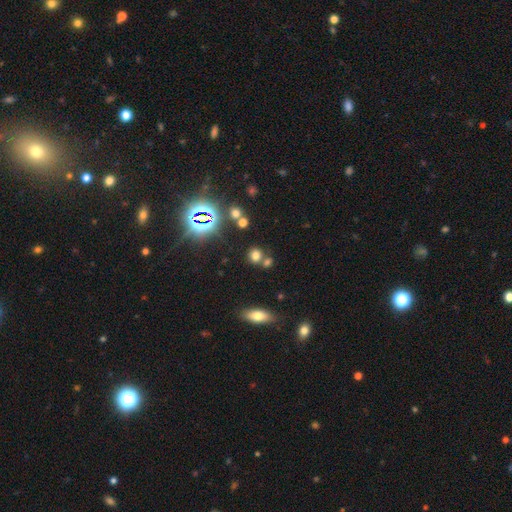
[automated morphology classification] This is likely a smooth galaxy (67%). How rounded: likely round (71%). Merging: likely none (60%).